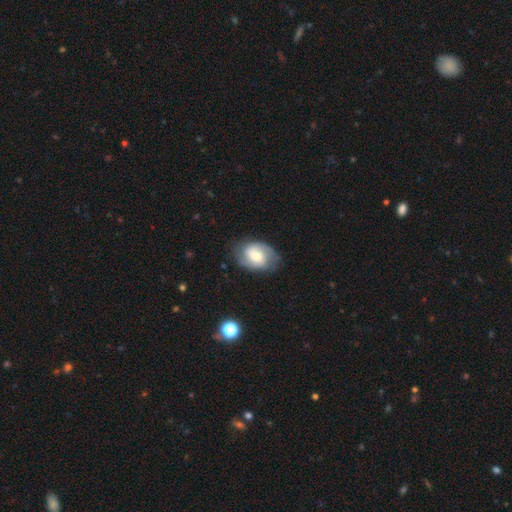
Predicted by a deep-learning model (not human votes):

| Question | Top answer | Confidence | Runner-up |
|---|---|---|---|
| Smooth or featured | featured or disk | 61% | smooth (32%) |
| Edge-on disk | no | 96% | yes (4%) |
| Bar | no | 44% | weak (43%) |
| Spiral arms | yes | 87% | no (13%) |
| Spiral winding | medium | 44% | tight (35%) |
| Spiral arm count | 2 | 77% | can't tell (13%) |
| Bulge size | moderate | 52% | small (31%) |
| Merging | none | 72% | minor disturbance (19%) |